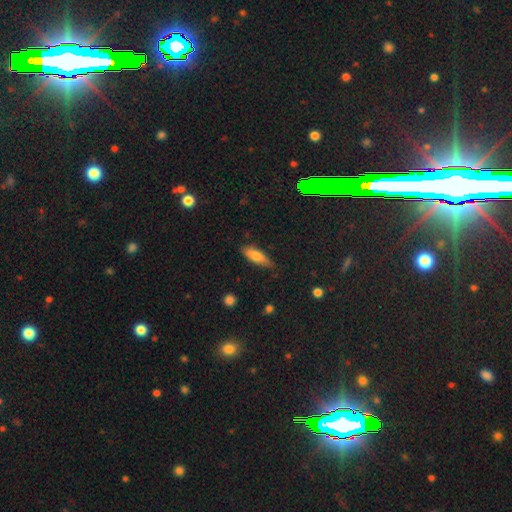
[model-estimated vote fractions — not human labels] Smooth or featured? smooth (73%)
How rounded? in between (55%)
Merging? none (77%)